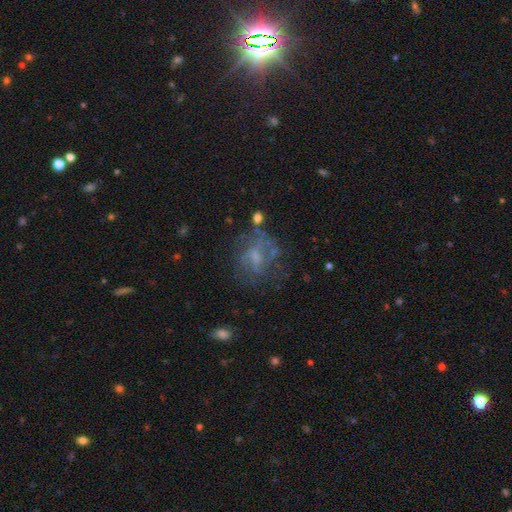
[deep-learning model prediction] Smooth or featured: featured or disk — 54% (smooth — 30%)
Edge-on disk: no — 97% (yes — 3%)
Bar: no — 54% (weak — 38%)
Spiral arms: no — 55% (yes — 45%)
Bulge size: small — 36% (none — 34%)
Merging: none — 50% (major disturbance — 23%)